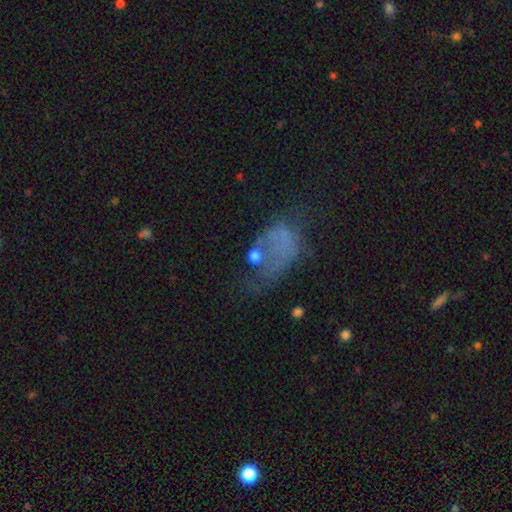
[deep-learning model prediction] smooth 48%, featured or disk 32%, star or artifact 20%. Down the decision tree: merging — major disturbance (40%).